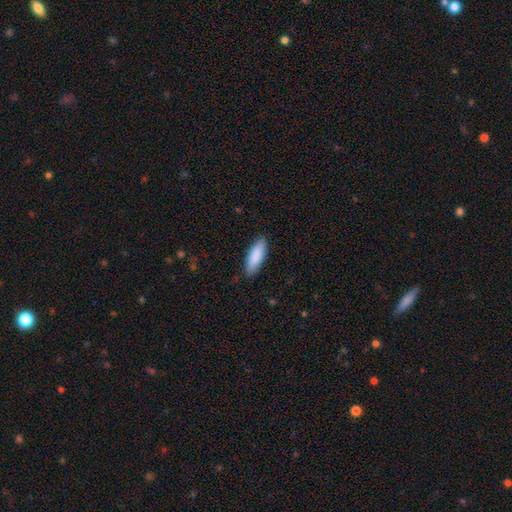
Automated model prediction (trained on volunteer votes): smooth-or-featured: smooth: 88% | featured or disk: 6% | star or artifact: 5%
  how-rounded: in between: 61% | cigar-shaped: 38% | round: 1%
  merging: none: 87% | minor disturbance: 10% | major disturbance: 2% | merger: 1%